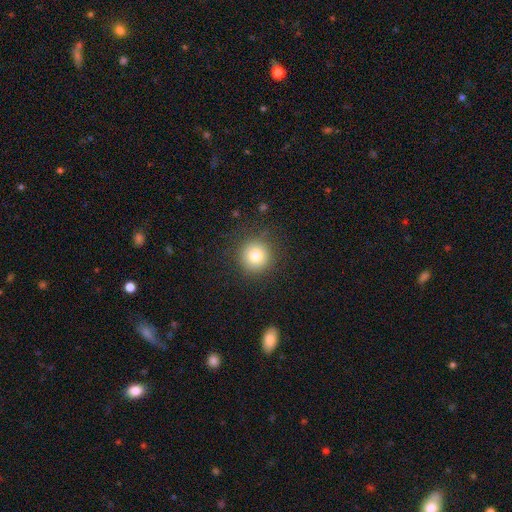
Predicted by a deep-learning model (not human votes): Smooth or featured? smooth (79%)
How rounded? round (95%)
Merging? none (89%)